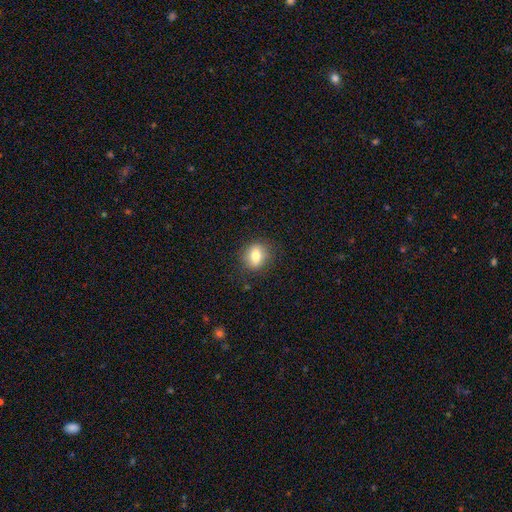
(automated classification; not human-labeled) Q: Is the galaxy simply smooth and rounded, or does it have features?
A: smooth — 75%.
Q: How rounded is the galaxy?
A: round — 50%.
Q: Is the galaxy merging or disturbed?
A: none — 85%.